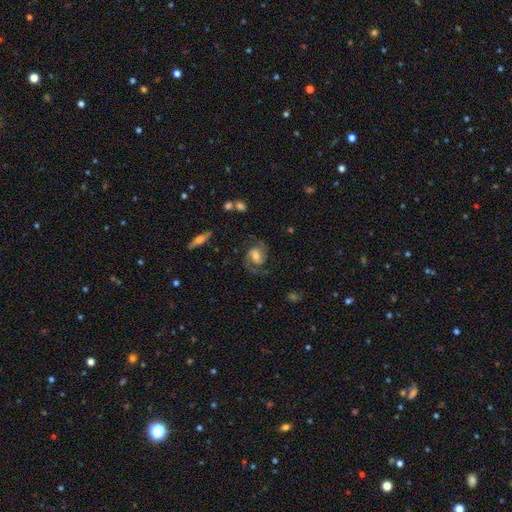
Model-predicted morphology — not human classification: The model was most divided on "bar": weak: 46%, no: 36%, strong: 18%. More confident: edge-on disk — no (98%); spiral arms — yes (97%); spiral arm count — 2 (91%); smooth or featured — featured or disk (84%); merging — none (75%); bulge size — moderate (62%); spiral winding — medium (56%).